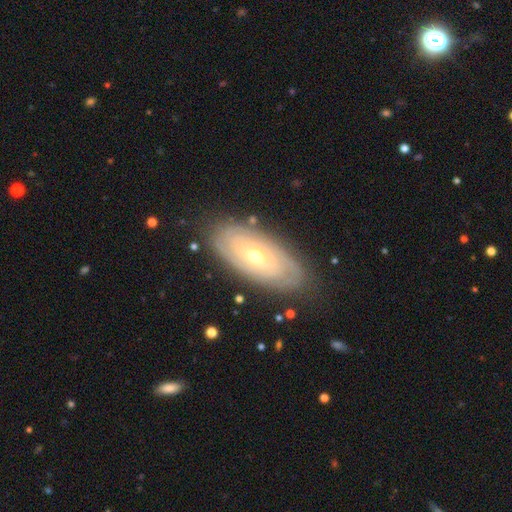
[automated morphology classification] Smooth or featured? Predicted: featured or disk (p=0.75). Edge-on disk? Predicted: no (p=0.91). Bar? Predicted: no (p=0.77). Spiral arms? Predicted: yes (p=0.84). Spiral winding? Predicted: tight (p=0.82). Spiral arm count? Predicted: can't tell (p=0.54). Bulge size? Predicted: small (p=0.55). Merging? Predicted: none (p=0.82).